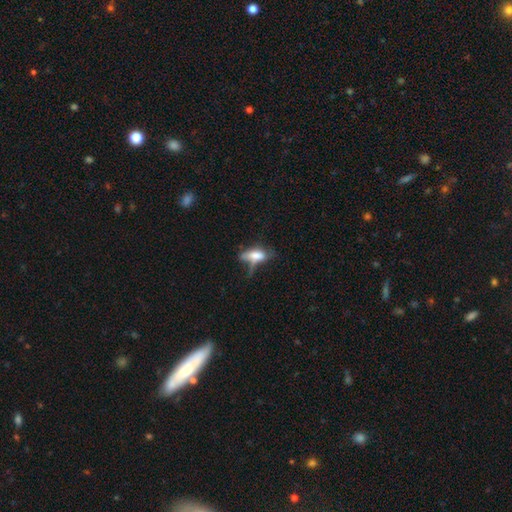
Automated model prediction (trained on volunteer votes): smooth-or-featured: smooth: 64% | featured or disk: 26% | star or artifact: 10%
  how-rounded: in between: 75% | cigar-shaped: 21% | round: 4%
  merging: major disturbance: 32% | none: 30% | minor disturbance: 24% | merger: 14%